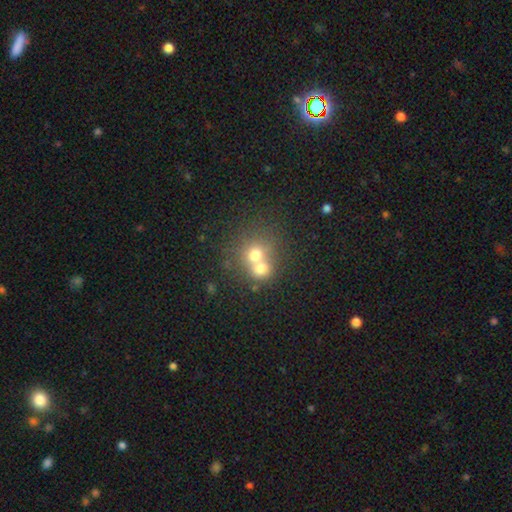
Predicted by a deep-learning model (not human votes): A smooth galaxy with no disk features (67%) that is round (77%). Merging: merger (63%).